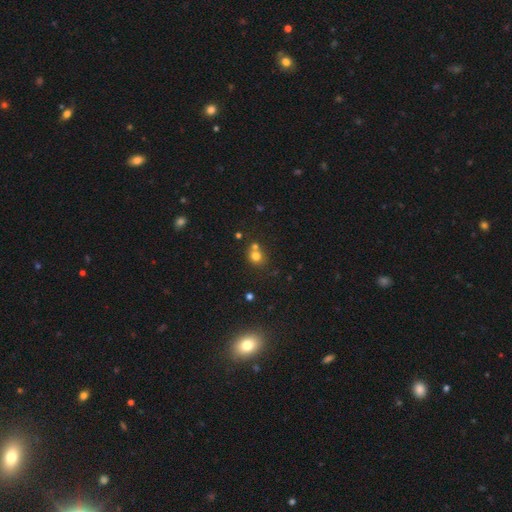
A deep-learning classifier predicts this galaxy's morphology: Smooth or featured? smooth (73%)
How rounded? round (81%)
Merging? none (52%)